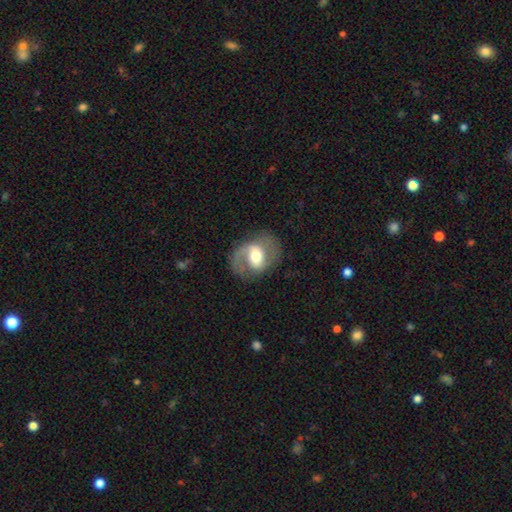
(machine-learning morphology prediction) This is likely a featured or disk galaxy (76%). It is clearly not viewed edge-on (97%). Bar: possibly weak (47%). Spiral arm pattern: clearly yes (89%). Spiral arm count: likely 2 (74%). Spiral winding: possibly medium (49%). Central bulge: likely moderate (65%). Merging: likely none (70%).